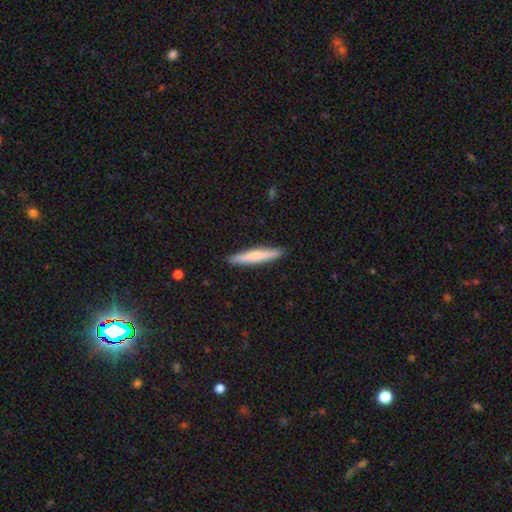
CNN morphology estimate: Smooth or featured? Predicted: smooth (p=0.68). How rounded? Predicted: cigar-shaped (p=0.93). Merging? Predicted: none (p=0.91).